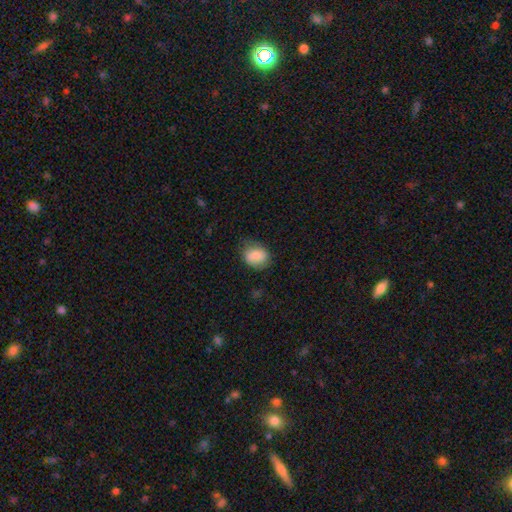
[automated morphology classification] Smooth or featured?
  - smooth: 81% *
  - featured or disk: 12%
  - star or artifact: 7%
How rounded?
  - in between: 50% *
  - round: 49%
  - cigar-shaped: 1%
Merging?
  - none: 68% *
  - minor disturbance: 24%
  - major disturbance: 7%
  - merger: 1%